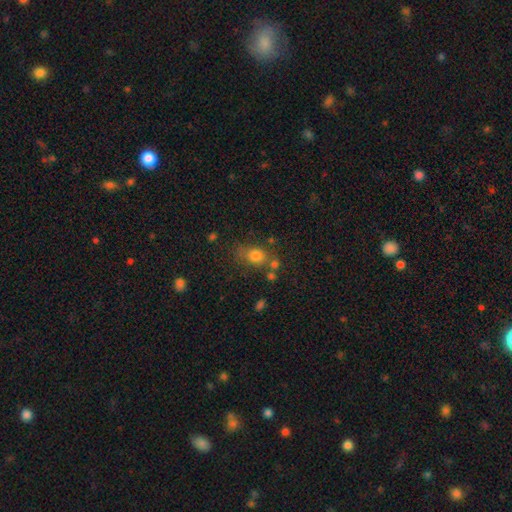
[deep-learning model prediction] This appears to be a smooth galaxy with no disk features (76%) that is in between round and cigar-shaped (50%). Merging: none (57%).